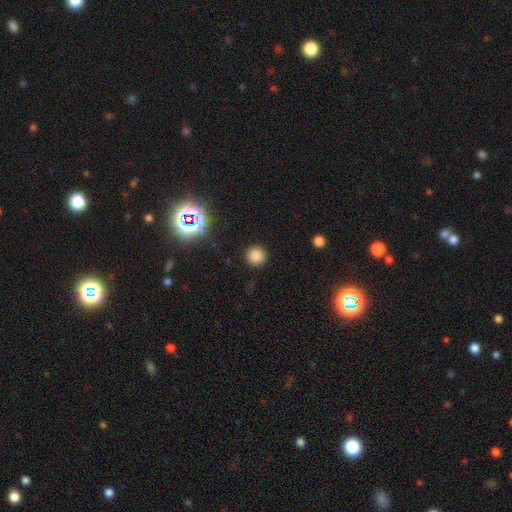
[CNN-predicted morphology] smooth-or-featured: smooth: 81% | star or artifact: 15% | featured or disk: 4%
  how-rounded: round: 95% | in between: 4% | cigar-shaped: 1%
  merging: none: 91% | minor disturbance: 6% | major disturbance: 2% | merger: 1%